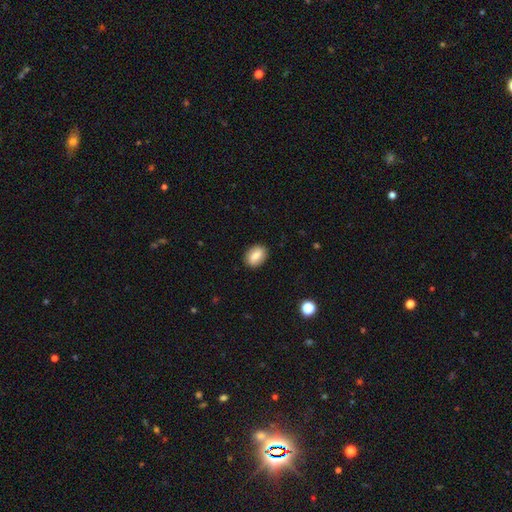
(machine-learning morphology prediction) Smooth or featured?
  - smooth: 77% *
  - featured or disk: 16%
  - star or artifact: 8%
How rounded?
  - in between: 77% *
  - round: 21%
  - cigar-shaped: 2%
Merging?
  - none: 88% *
  - minor disturbance: 9%
  - major disturbance: 2%
  - merger: 1%